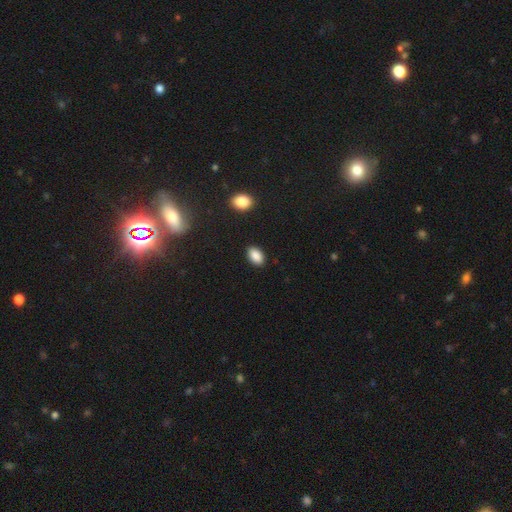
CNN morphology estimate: A smooth galaxy with no disk features (88%) that is in between round and cigar-shaped (91%). Merging: none (88%).